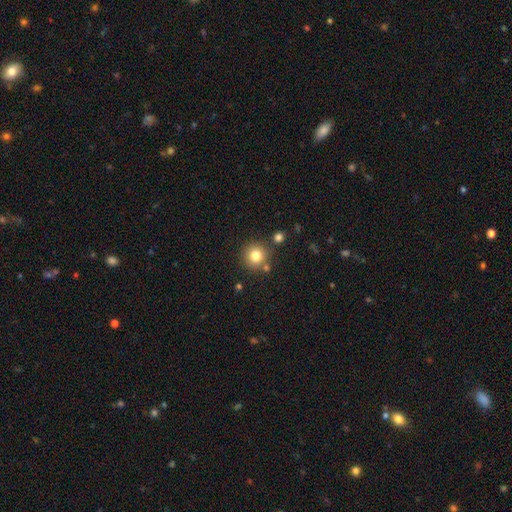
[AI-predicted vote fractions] smooth-or-featured: smooth: 80% | star or artifact: 12% | featured or disk: 8%
  how-rounded: round: 94% | in between: 5% | cigar-shaped: 1%
  merging: none: 82% | minor disturbance: 8% | merger: 8% | major disturbance: 3%